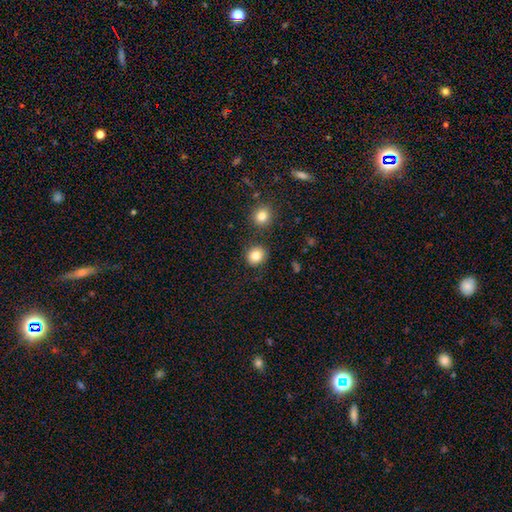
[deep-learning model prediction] The model was most divided on "how rounded": round: 83%, in between: 16%, cigar-shaped: 1%. More confident: merging — none (85%); smooth or featured — smooth (83%).